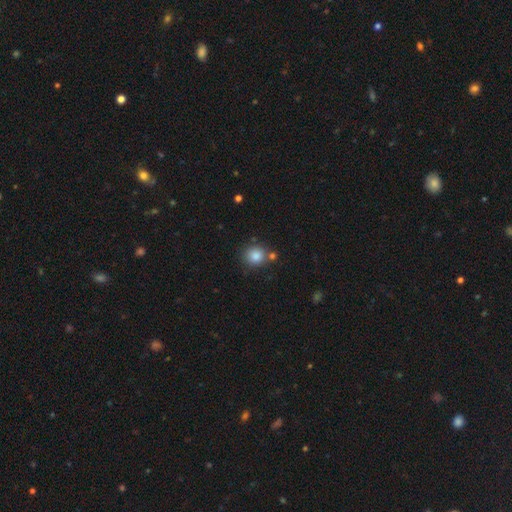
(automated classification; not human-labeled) The model was most divided on "merging": none: 72%, merger: 13%, minor disturbance: 11%, major disturbance: 3%. More confident: smooth or featured — smooth (84%); how rounded — round (83%).